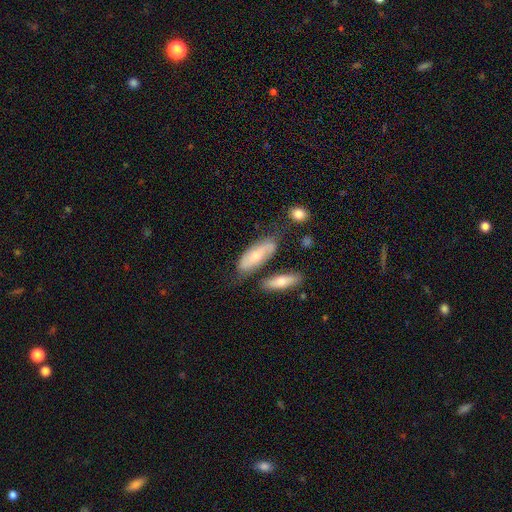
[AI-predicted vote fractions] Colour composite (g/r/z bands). It shows a smooth galaxy with no disk features (54%) that is in between round and cigar-shaped (68%). Merging: none (50%).